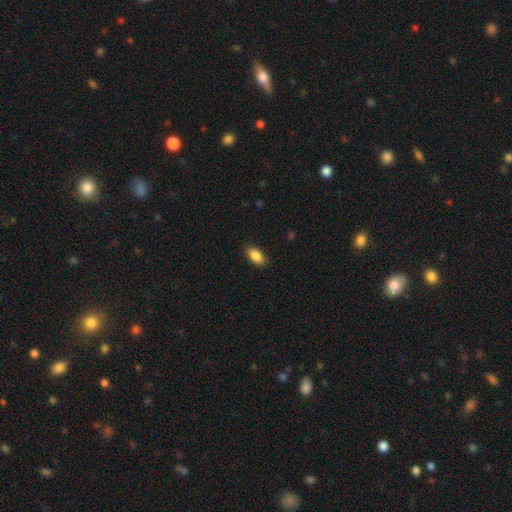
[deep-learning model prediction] This appears to be a smooth galaxy with no disk features (89%) that is in between round and cigar-shaped (93%). Merging: none (88%).